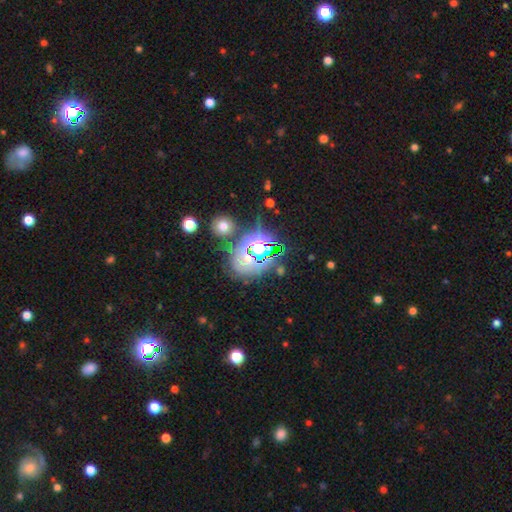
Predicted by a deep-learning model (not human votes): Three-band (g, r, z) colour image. It shows a star or artifact, not a galaxy (55%).